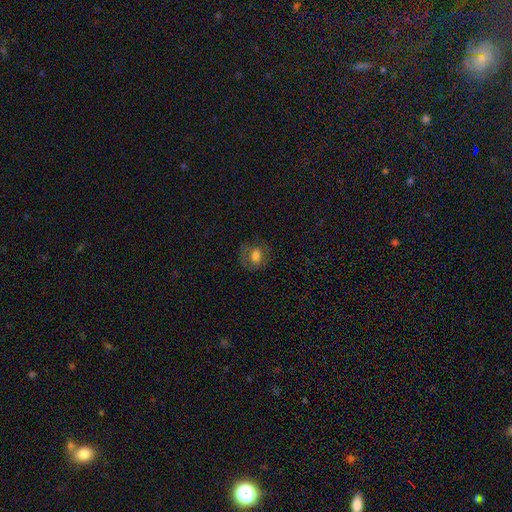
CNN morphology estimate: A smooth galaxy with no disk features (65%) that is round (64%).

Vote fractions:
- Smooth or featured? smooth: 65% / featured or disk: 23% / star or artifact: 12%
- How rounded? round: 64% / in between: 35% / cigar-shaped: 1%
- Merging? none: 70% / minor disturbance: 18% / major disturbance: 10% / merger: 1%